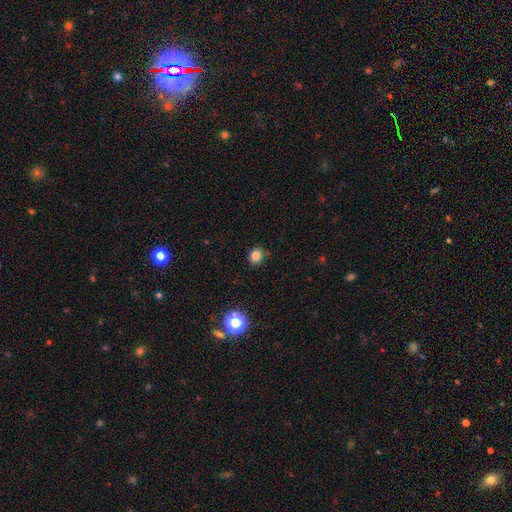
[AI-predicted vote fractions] Morphology: type=smooth (81%); roundness=round (79%); merging=none (87%).